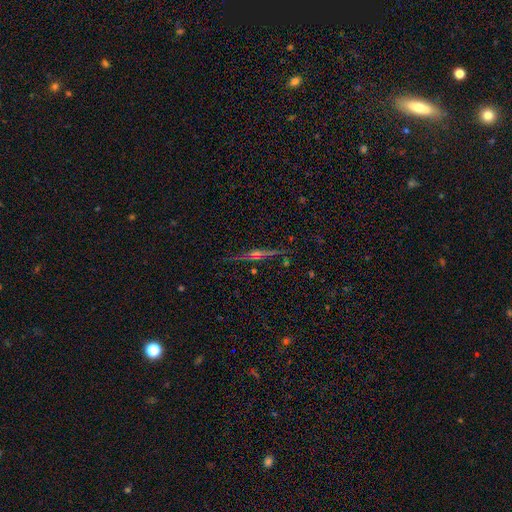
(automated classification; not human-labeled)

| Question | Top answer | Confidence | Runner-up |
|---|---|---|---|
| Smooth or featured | featured or disk | 75% | star or artifact (14%) |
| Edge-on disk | yes | 96% | no (4%) |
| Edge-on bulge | rounded | 84% | none (9%) |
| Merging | none | 86% | minor disturbance (9%) |